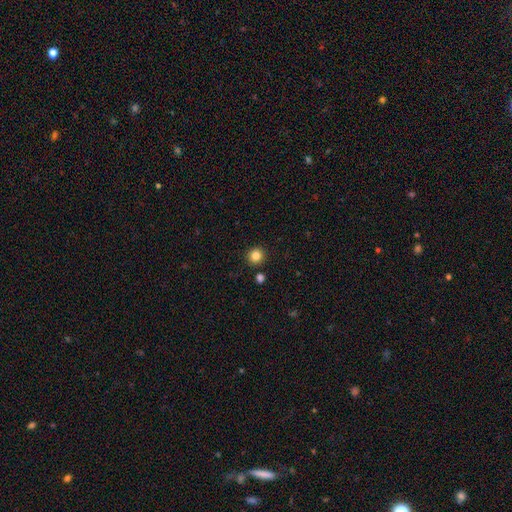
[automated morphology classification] Smooth or featured: smooth — 84% (star or artifact — 12%)
How rounded: round — 92% (in between — 7%)
Merging: none — 89% (minor disturbance — 6%)